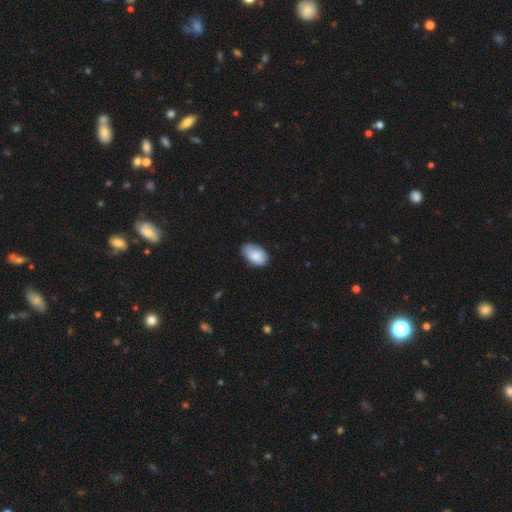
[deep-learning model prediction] Smooth or featured?
  - smooth: 86% *
  - featured or disk: 8%
  - star or artifact: 6%
How rounded?
  - in between: 93% *
  - round: 6%
  - cigar-shaped: 1%
Merging?
  - none: 66% *
  - minor disturbance: 28%
  - major disturbance: 4%
  - merger: 1%